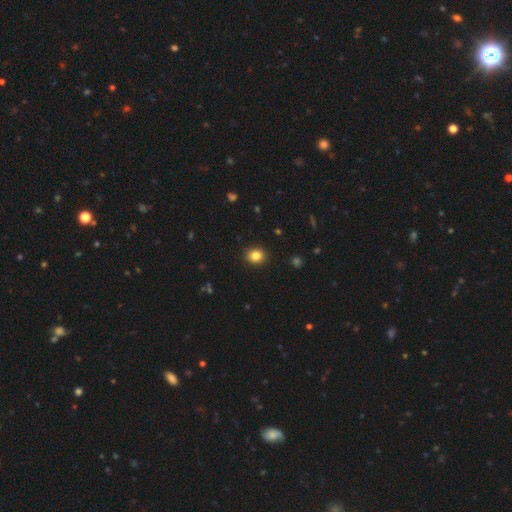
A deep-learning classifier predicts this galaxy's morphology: Smooth or featured?
  - smooth: 84% *
  - star or artifact: 11%
  - featured or disk: 5%
How rounded?
  - round: 72% *
  - in between: 27%
  - cigar-shaped: 1%
Merging?
  - none: 91% *
  - minor disturbance: 6%
  - major disturbance: 2%
  - merger: 1%